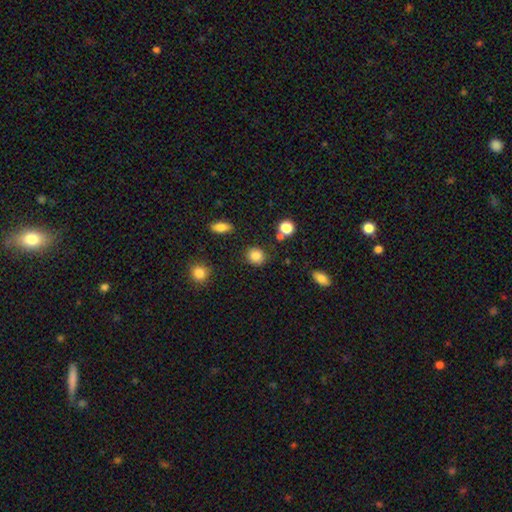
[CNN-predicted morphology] Overall: smooth (85%). How rounded: round (80%). Merging: none (83%).